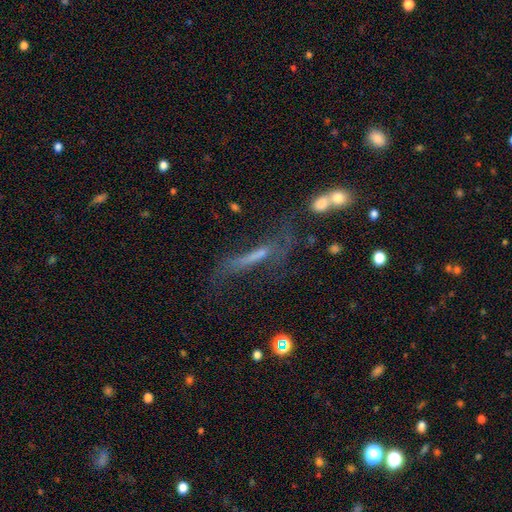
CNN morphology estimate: A featured or disk galaxy (42%).

Vote fractions:
- Smooth or featured? featured or disk: 42% / smooth: 41% / star or artifact: 17%
- Merging? none: 35% / major disturbance: 33% / minor disturbance: 20% / merger: 13%